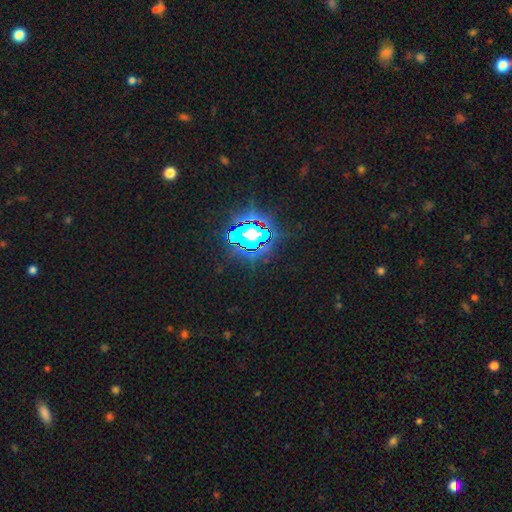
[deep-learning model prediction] A star or artifact, not a galaxy (84%).

Vote fractions:
- Smooth or featured? star or artifact: 84% / smooth: 10% / featured or disk: 6%